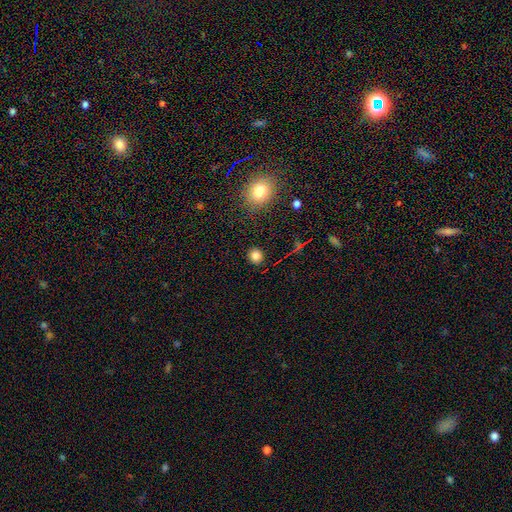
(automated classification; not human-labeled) This appears to be a smooth galaxy with no disk features (81%) that is round (87%). Merging: none (90%).